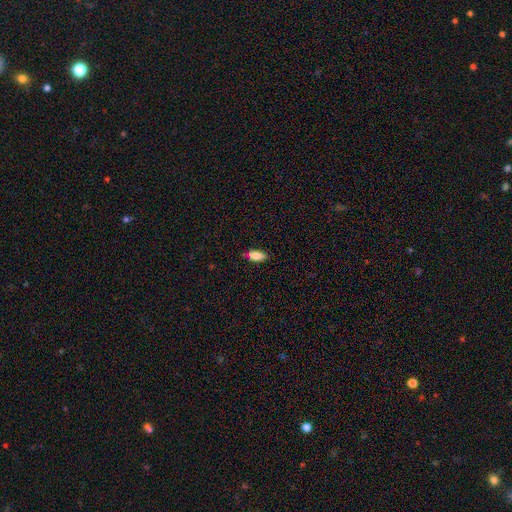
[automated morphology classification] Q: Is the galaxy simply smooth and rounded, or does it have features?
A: smooth — 83%.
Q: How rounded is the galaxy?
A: in between — 87%.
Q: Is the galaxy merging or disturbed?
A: none — 76%.